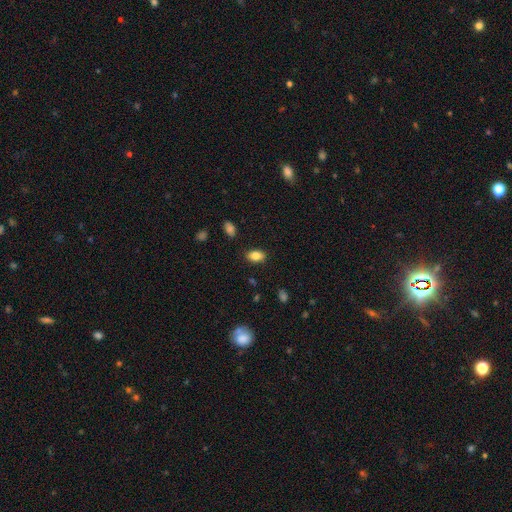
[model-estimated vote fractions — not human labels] Morphology: type=smooth (83%); roundness=in between (87%); merging=none (85%).